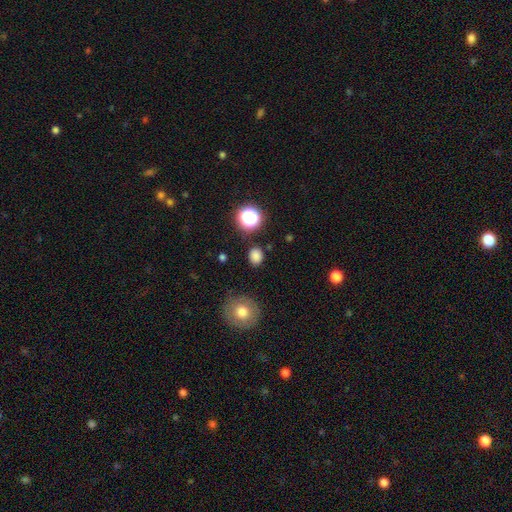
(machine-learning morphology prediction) Overall: smooth (80%). How rounded: round (56%; in between 43%). Merging: none (85%).